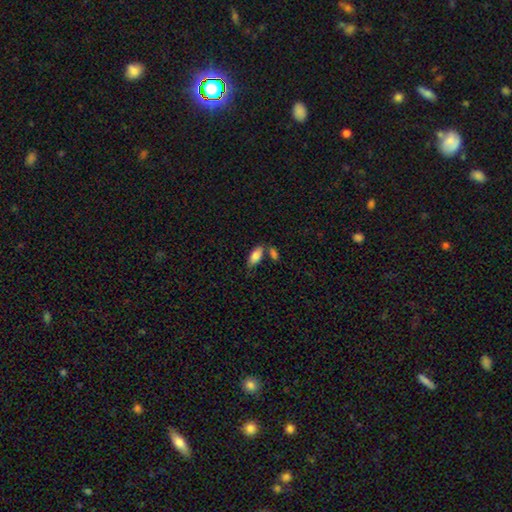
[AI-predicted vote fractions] A smooth galaxy with no disk features (83%) that is in between round and cigar-shaped (88%).

Vote fractions:
- Smooth or featured? smooth: 83% / featured or disk: 10% / star or artifact: 7%
- How rounded? in between: 88% / cigar-shaped: 9% / round: 2%
- Merging? none: 61% / merger: 20% / minor disturbance: 15% / major disturbance: 4%